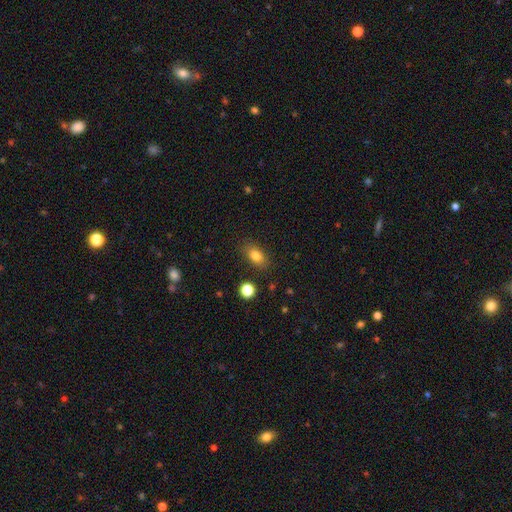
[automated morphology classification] The model was most divided on "how rounded": in between: 84%, round: 13%, cigar-shaped: 4%. More confident: merging — none (84%); smooth or featured — smooth (81%).